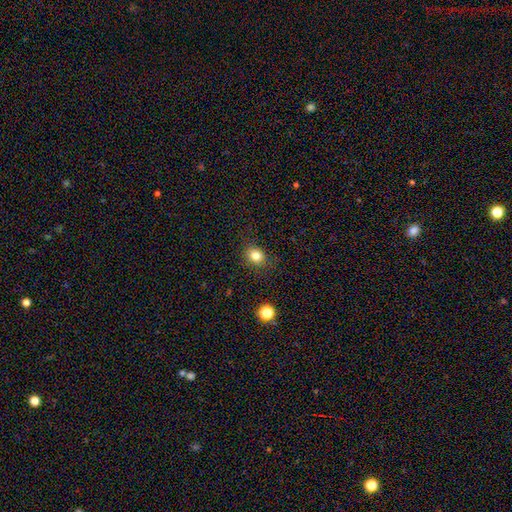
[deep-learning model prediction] smooth 81%, star or artifact 13%, featured or disk 6%. Down the decision tree: how rounded — round (65%); merging — none (86%).